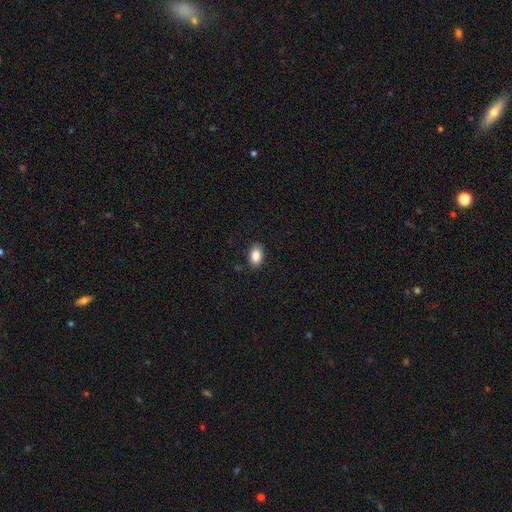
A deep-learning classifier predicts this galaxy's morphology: This appears to be a smooth galaxy with no disk features (87%) that is in between round and cigar-shaped (87%). Merging: none (88%).